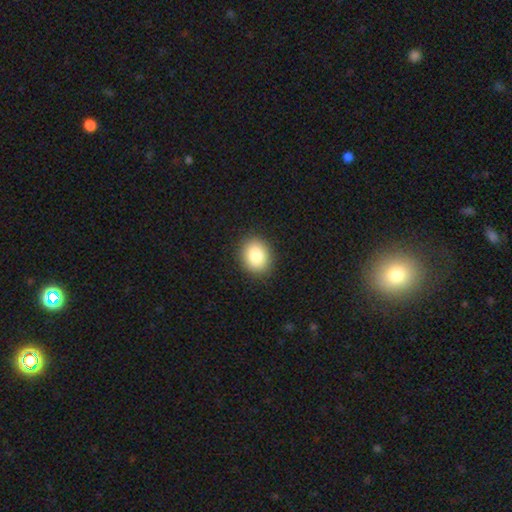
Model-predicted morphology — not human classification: This is clearly a smooth galaxy (85%). How rounded: possibly round (53%). Merging: clearly none (90%).